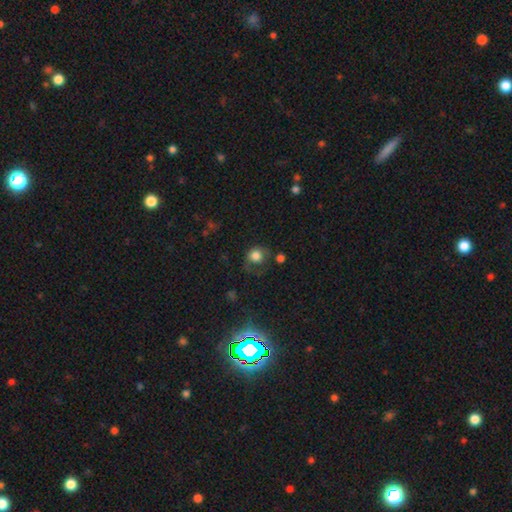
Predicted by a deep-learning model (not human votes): Overall: smooth (77%). How rounded: round (80%). Merging: none (48%; minor disturbance 25%).